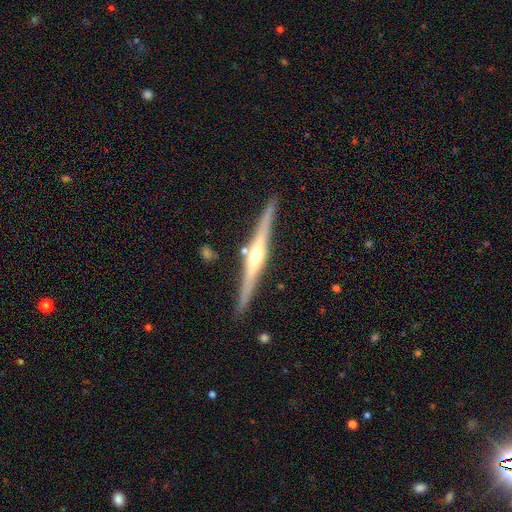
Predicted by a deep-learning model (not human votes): A featured or disk galaxy (79%) viewed edge-on (98%) with a rounded central bulge (89%). Merging: none (87%).